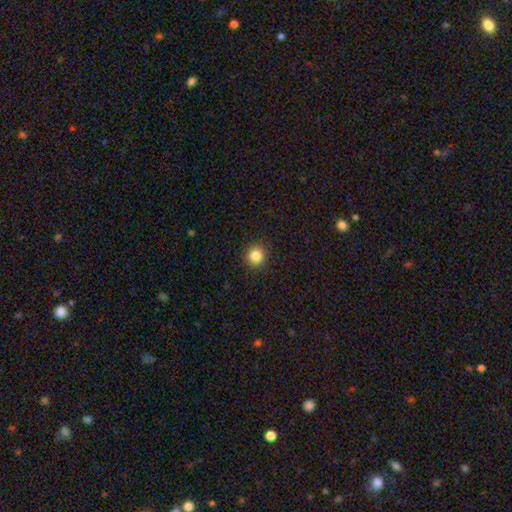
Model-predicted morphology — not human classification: Smooth or featured? Predicted: smooth (p=0.85). How rounded? Predicted: round (p=0.92). Merging? Predicted: none (p=0.92).